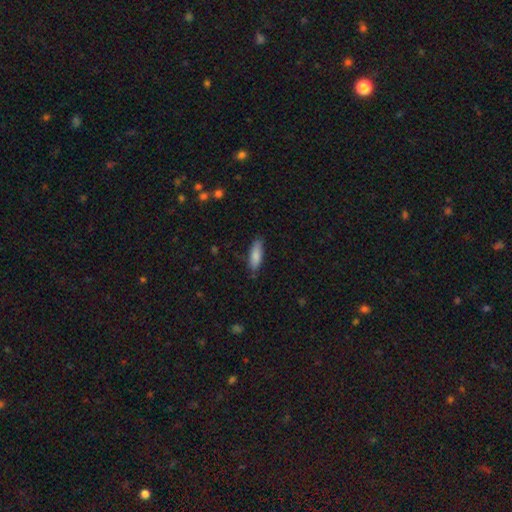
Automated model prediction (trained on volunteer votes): This appears to be a smooth galaxy with no disk features (85%) that is in between round and cigar-shaped (57%). Merging: none (80%).